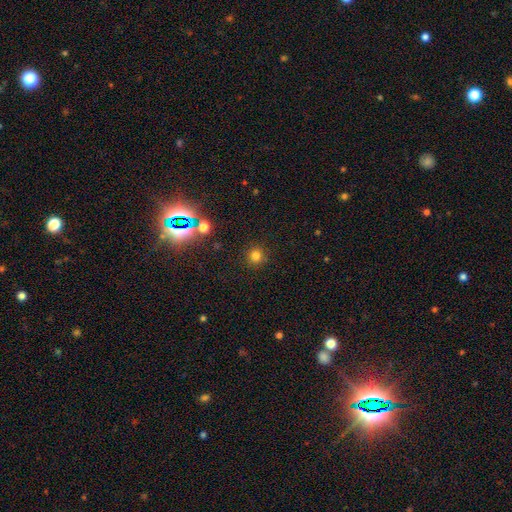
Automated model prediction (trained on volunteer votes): Morphology: type=smooth (78%); roundness=round (93%); merging=none (90%).